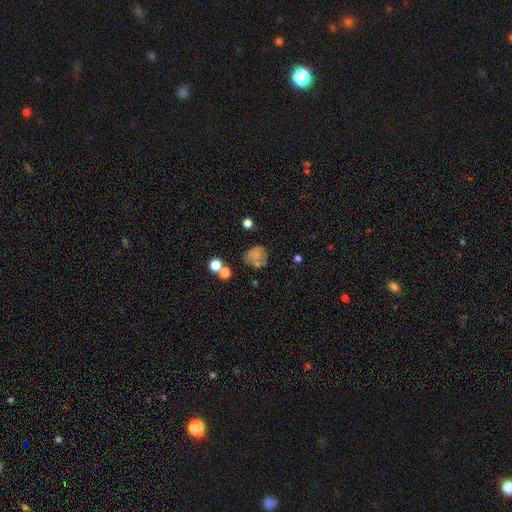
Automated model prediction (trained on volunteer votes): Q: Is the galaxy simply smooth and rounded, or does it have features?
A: smooth — 66%.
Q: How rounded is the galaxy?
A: round — 74%.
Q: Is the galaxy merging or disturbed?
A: none — 55%.